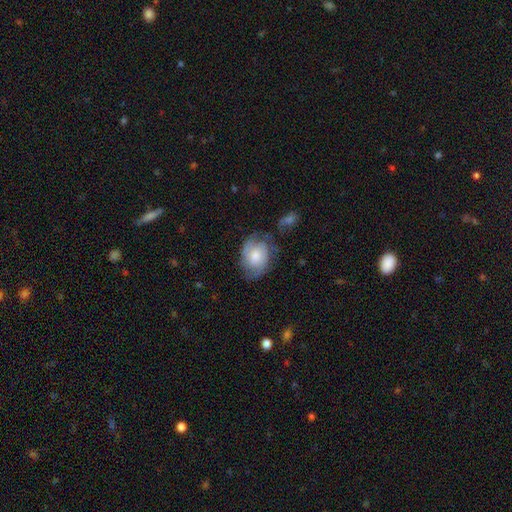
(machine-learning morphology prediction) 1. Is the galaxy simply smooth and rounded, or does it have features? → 52% featured or disk, 41% smooth, 7% star or artifact.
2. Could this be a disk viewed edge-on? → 96% no, 4% yes.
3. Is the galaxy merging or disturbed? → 54% none, 27% minor disturbance, 14% major disturbance, 5% merger.